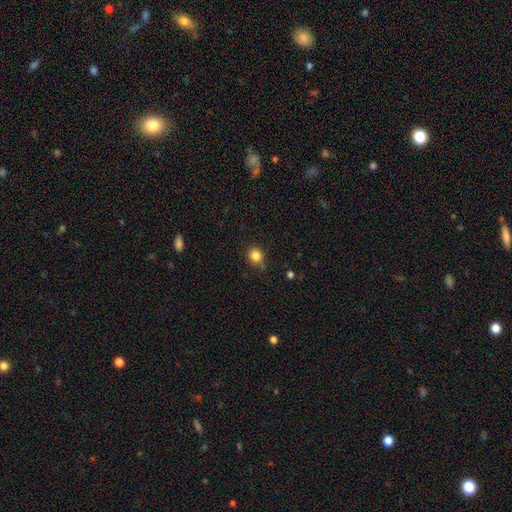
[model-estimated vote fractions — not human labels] This appears to be a smooth galaxy with no disk features (84%) that is round (83%). Merging: none (81%).